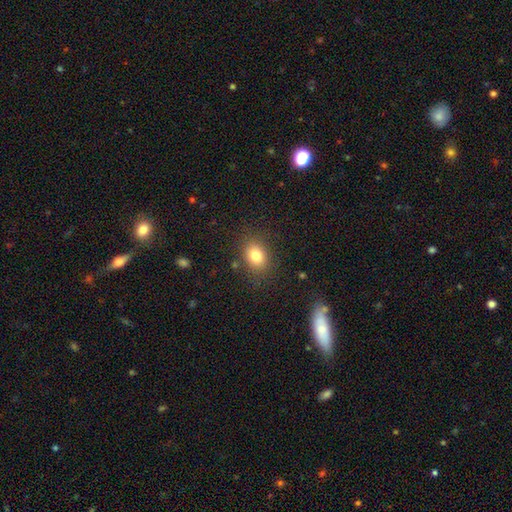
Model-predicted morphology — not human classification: This appears to be a smooth galaxy with no disk features (82%) that is in between round and cigar-shaped (66%). Merging: none (82%).